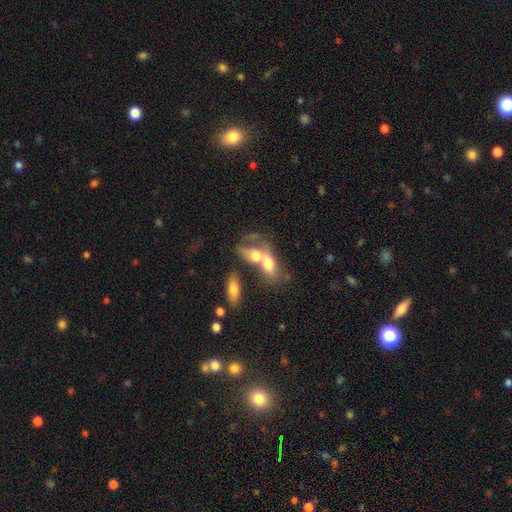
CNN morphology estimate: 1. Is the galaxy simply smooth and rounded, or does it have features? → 63% smooth, 28% featured or disk, 9% star or artifact.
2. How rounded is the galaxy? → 80% in between, 14% round, 7% cigar-shaped.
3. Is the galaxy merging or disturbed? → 70% merger, 14% none, 9% major disturbance, 7% minor disturbance.